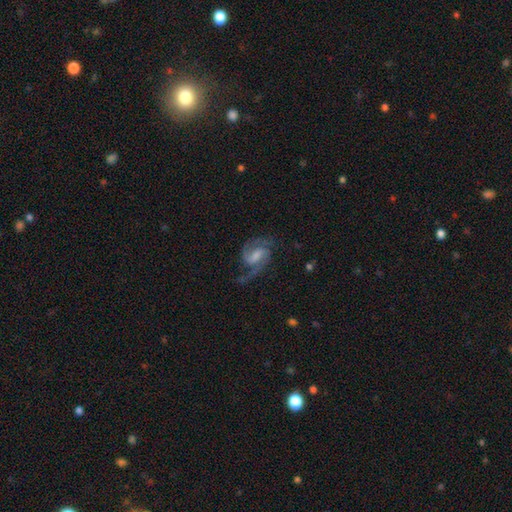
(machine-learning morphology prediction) Smooth or featured: featured or disk — 87% (smooth — 7%)
Edge-on disk: no — 97% (yes — 3%)
Bar: weak — 56% (strong — 24%)
Spiral arms: yes — 97% (no — 3%)
Spiral winding: medium — 56% (loose — 26%)
Spiral arm count: 2 — 87% (1 — 4%)
Bulge size: moderate — 37% (small — 33%)
Merging: none — 67% (minor disturbance — 17%)